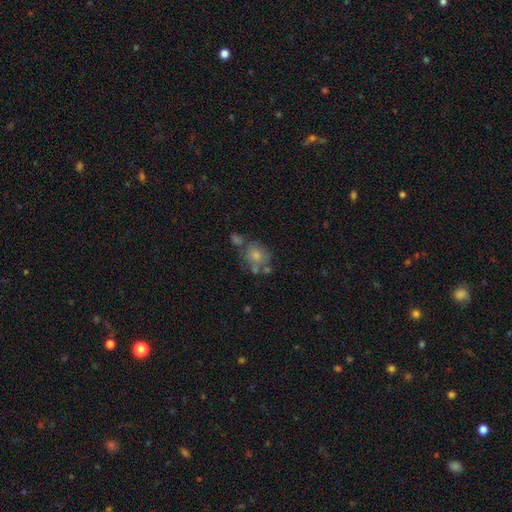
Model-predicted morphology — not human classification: A smooth galaxy with no disk features (69%) that is round (71%).

Vote fractions:
- Smooth or featured? smooth: 69% / featured or disk: 20% / star or artifact: 11%
- How rounded? round: 71% / in between: 28% / cigar-shaped: 1%
- Merging? none: 48% / merger: 25% / minor disturbance: 18% / major disturbance: 9%